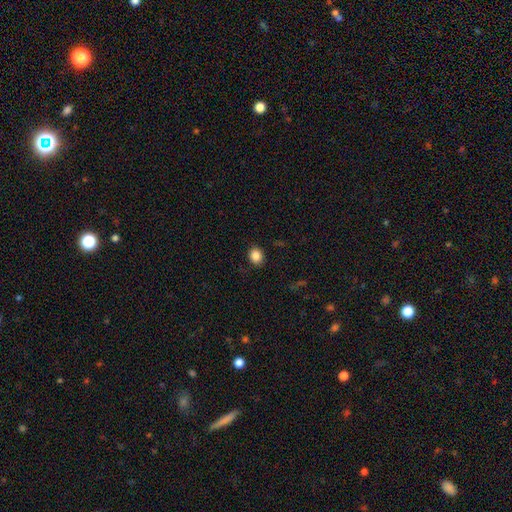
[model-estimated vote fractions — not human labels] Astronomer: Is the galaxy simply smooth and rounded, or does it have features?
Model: smooth — 85%.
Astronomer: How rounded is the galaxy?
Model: round — 67%.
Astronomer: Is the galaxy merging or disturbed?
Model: none — 87%.